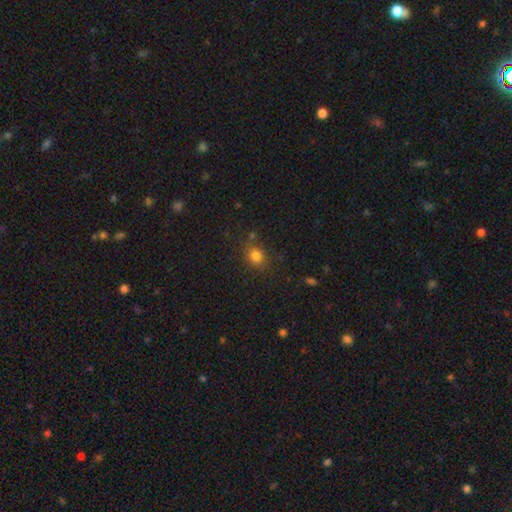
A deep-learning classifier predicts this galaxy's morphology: smooth 80%, star or artifact 14%, featured or disk 6%. Down the decision tree: how rounded — round (53%); merging — none (78%).